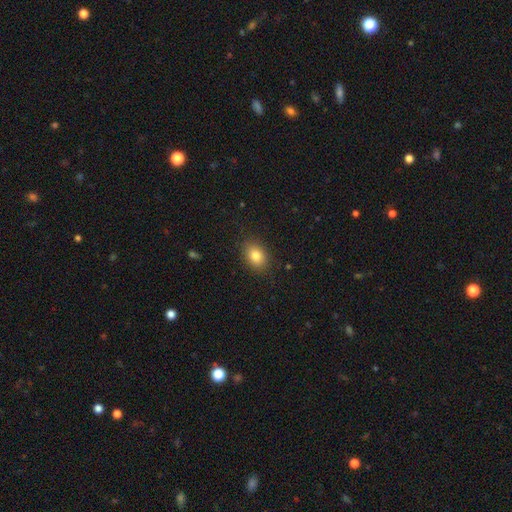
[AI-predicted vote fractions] smooth 83%, star or artifact 9%, featured or disk 8%. Down the decision tree: how rounded — in between (74%); merging — none (87%).